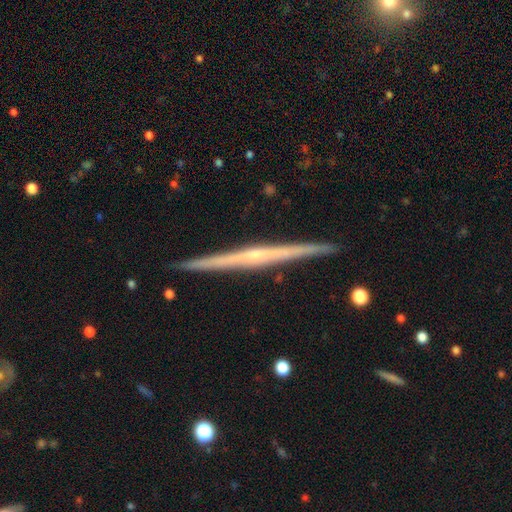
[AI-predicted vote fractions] The model was most divided on "edge-on bulge": none: 51%, rounded: 41%, boxy: 8%. More confident: edge-on disk — yes (98%); merging — none (92%); smooth or featured — featured or disk (79%).